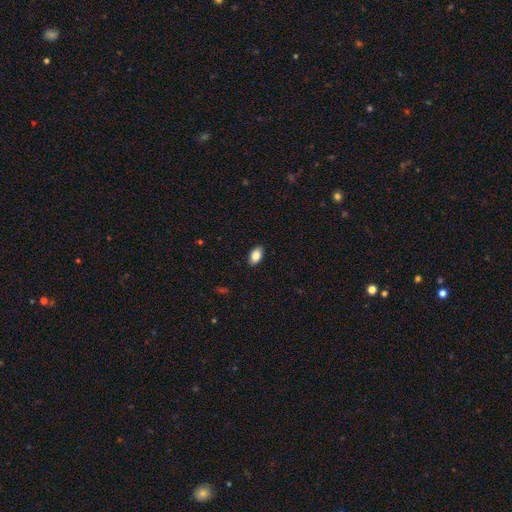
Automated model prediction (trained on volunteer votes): smooth 86%, star or artifact 7%, featured or disk 7%. Down the decision tree: how rounded — in between (91%); merging — none (89%).